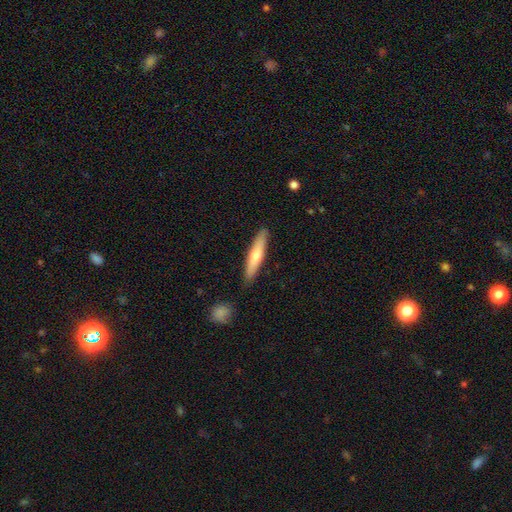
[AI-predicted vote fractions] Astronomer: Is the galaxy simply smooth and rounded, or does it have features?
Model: smooth — 62%.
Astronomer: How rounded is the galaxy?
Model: cigar-shaped — 86%.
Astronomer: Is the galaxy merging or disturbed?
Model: none — 86%.